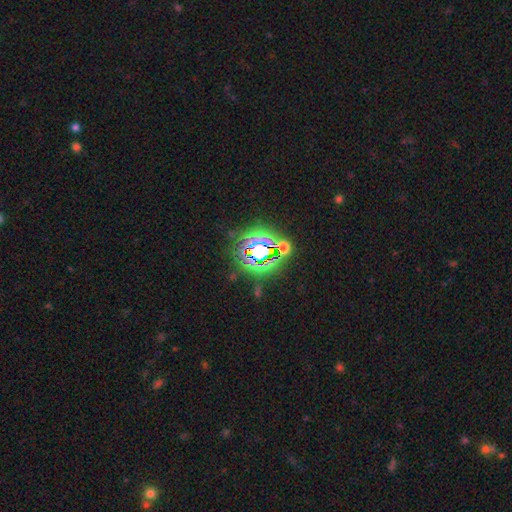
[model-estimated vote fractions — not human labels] star or artifact 72%, smooth 17%, featured or disk 11%.